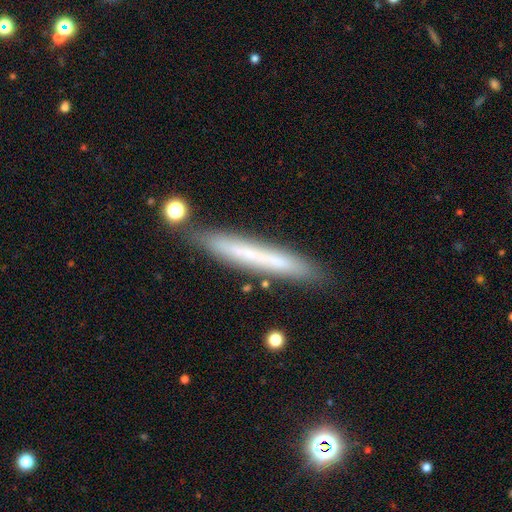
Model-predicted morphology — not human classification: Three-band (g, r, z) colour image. It shows a smooth galaxy with no disk features (54%) that is cigar-shaped (95%). Merging: none (81%).